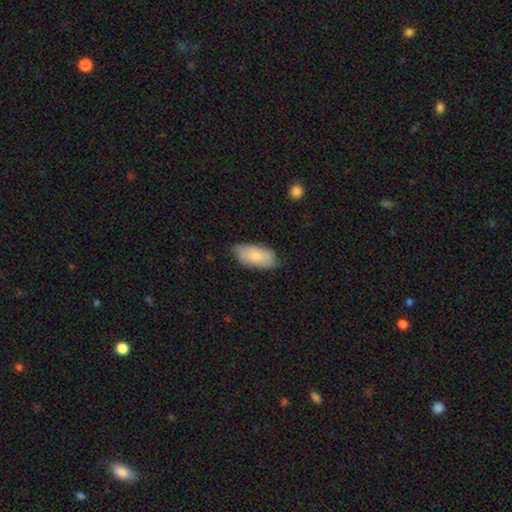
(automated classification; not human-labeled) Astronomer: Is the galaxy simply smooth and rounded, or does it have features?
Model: smooth — 77%.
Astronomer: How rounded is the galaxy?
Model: in between — 93%.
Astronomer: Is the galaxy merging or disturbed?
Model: none — 74%.